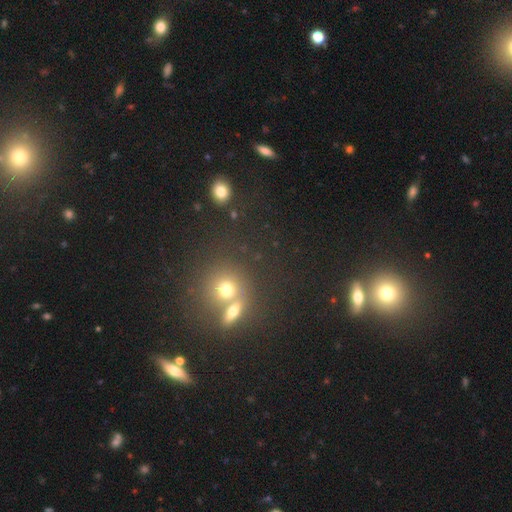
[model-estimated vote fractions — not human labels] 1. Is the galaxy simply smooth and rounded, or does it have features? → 47% star or artifact, 44% smooth, 9% featured or disk.